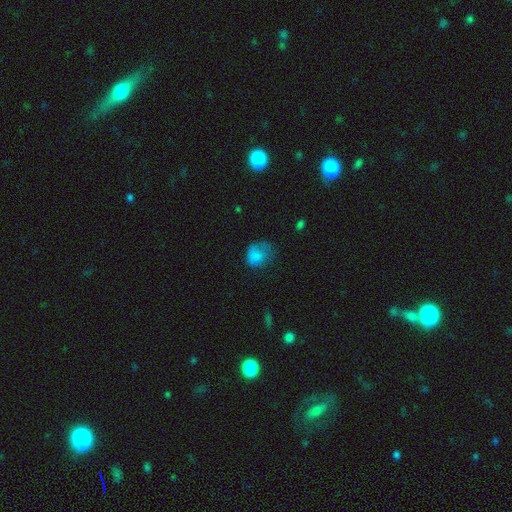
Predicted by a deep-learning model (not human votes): This appears to be a smooth galaxy with no disk features (75%) that is round (55%). Merging: none (35%).